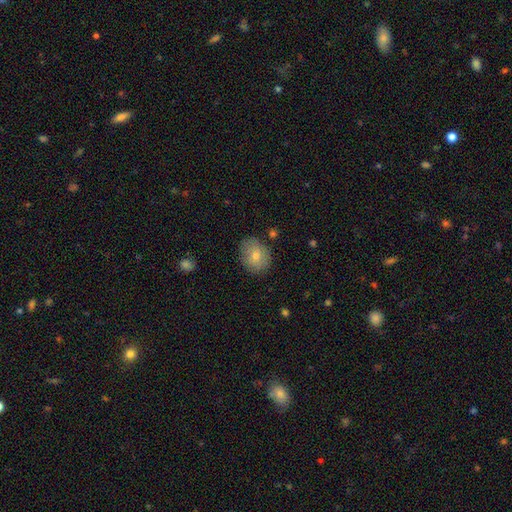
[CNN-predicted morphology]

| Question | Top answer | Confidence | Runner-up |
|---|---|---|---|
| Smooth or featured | smooth | 71% | featured or disk (19%) |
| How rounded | in between | 53% | round (46%) |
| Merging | none | 82% | minor disturbance (14%) |